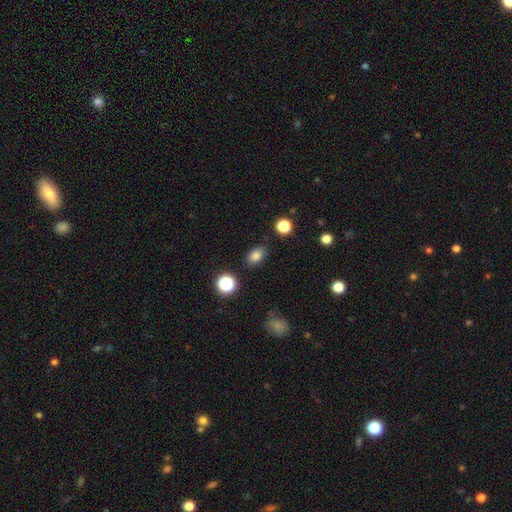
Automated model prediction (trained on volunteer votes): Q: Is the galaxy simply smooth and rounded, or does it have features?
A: smooth — 82%.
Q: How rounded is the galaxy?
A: in between — 79%.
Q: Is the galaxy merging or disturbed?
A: none — 84%.